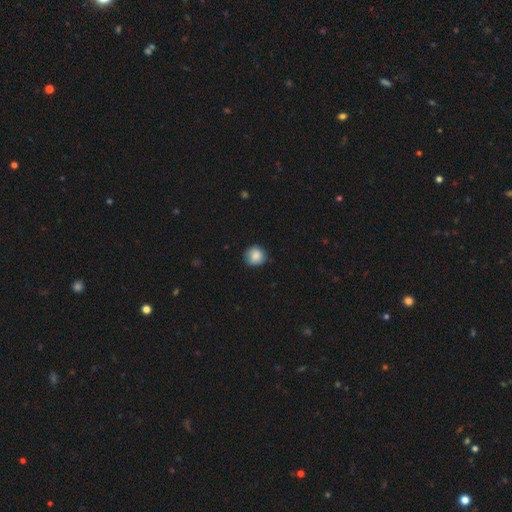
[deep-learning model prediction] Overall: smooth (86%). How rounded: round (89%). Merging: none (80%).